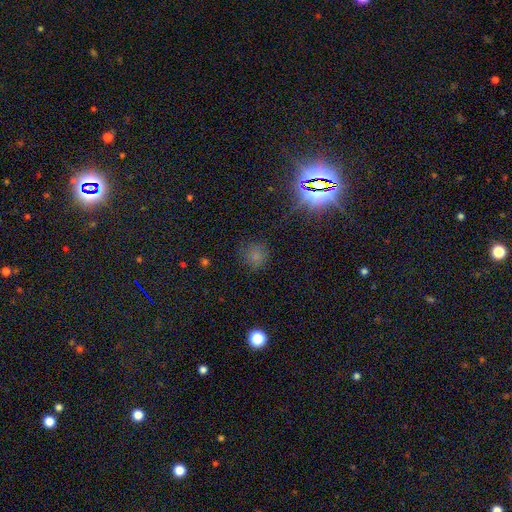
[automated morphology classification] Smooth or featured: smooth — 65% (star or artifact — 28%)
How rounded: round — 88% (in between — 11%)
Merging: none — 79% (minor disturbance — 14%)